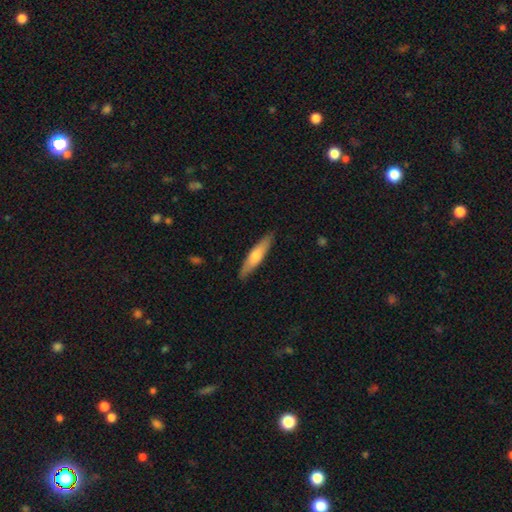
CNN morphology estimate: Smooth or featured? Predicted: smooth (p=0.61). How rounded? Predicted: cigar-shaped (p=0.82). Merging? Predicted: none (p=0.87).